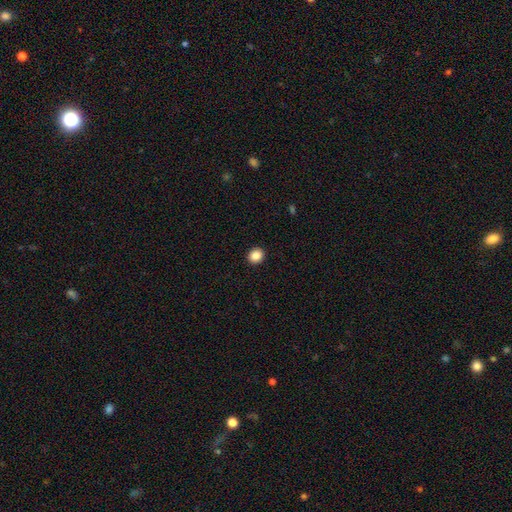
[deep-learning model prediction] Smooth or featured?
  - smooth: 87% *
  - star or artifact: 9%
  - featured or disk: 4%
How rounded?
  - round: 70% *
  - in between: 29%
  - cigar-shaped: 1%
Merging?
  - none: 92% *
  - minor disturbance: 5%
  - major disturbance: 2%
  - merger: 1%